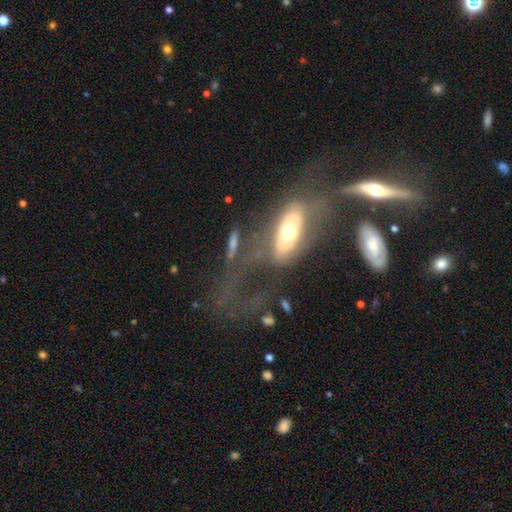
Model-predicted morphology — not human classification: This is likely a featured or disk galaxy (67%). It is likely not viewed edge-on (67%). Merging: marginally merger (31%).